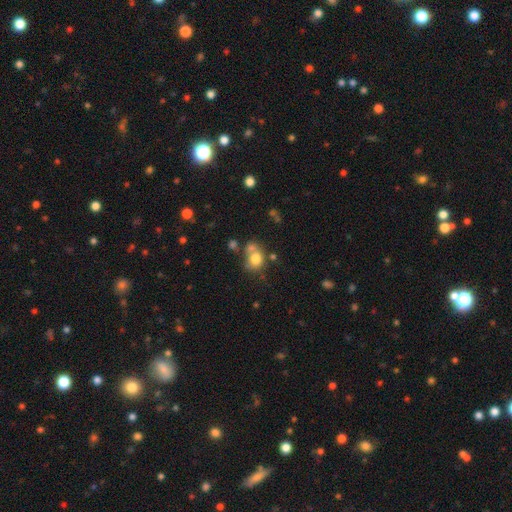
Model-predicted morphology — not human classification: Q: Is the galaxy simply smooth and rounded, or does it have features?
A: smooth — 75%.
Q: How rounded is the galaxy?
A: round — 65%.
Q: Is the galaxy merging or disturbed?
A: none — 44%.